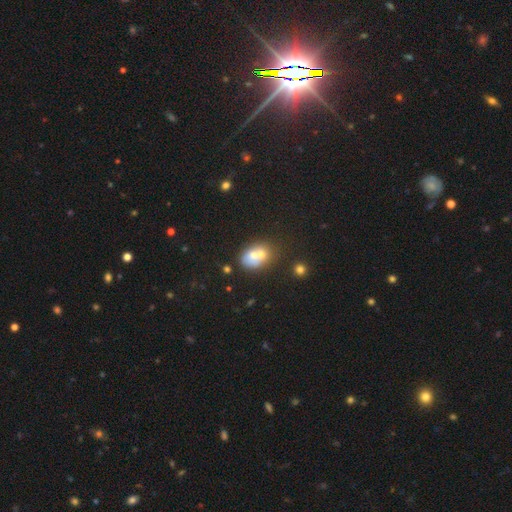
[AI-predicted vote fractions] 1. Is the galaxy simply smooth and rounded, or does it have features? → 65% smooth, 25% featured or disk, 11% star or artifact.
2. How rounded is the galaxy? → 65% in between, 33% round, 1% cigar-shaped.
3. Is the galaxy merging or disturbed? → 58% merger, 27% none, 10% minor disturbance, 4% major disturbance.